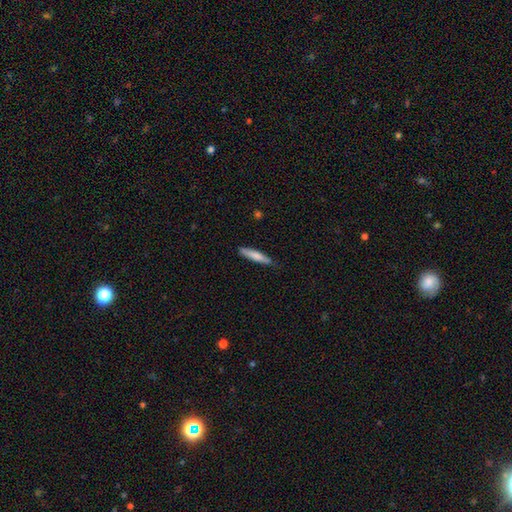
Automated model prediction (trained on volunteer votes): smooth_or_featured: smooth (p=0.74) [alt: featured or disk p=0.21]
how_rounded: cigar-shaped (p=0.87) [alt: in between p=0.12]
merging: none (p=0.82) [alt: minor disturbance p=0.15]